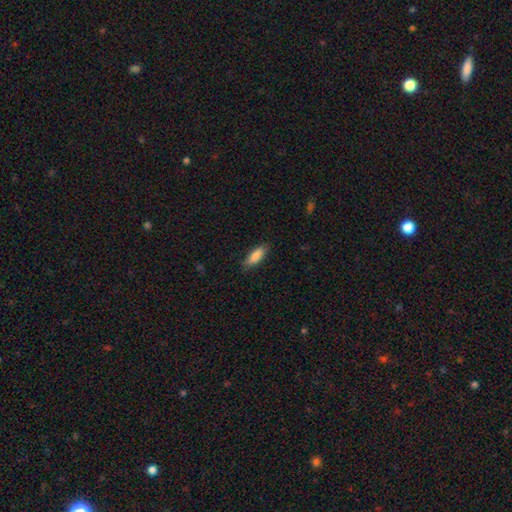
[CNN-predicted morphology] A smooth galaxy with no disk features (85%) that is in between round and cigar-shaped (66%).

Vote fractions:
- Smooth or featured? smooth: 85% / featured or disk: 9% / star or artifact: 6%
- How rounded? in between: 66% / cigar-shaped: 33% / round: 2%
- Merging? none: 83% / minor disturbance: 14% / major disturbance: 3% / merger: 1%